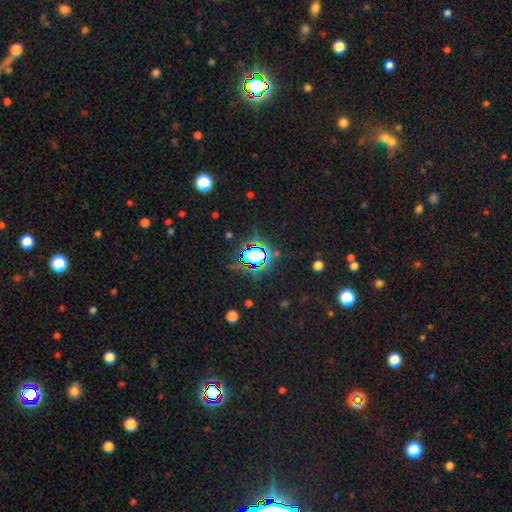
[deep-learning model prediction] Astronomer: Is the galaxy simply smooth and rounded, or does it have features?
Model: star or artifact — 70%.